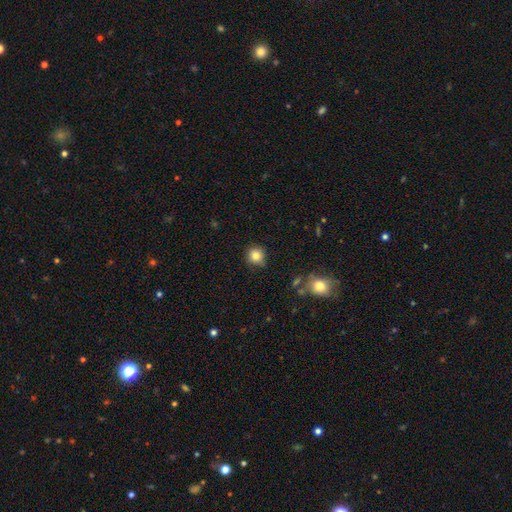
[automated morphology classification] smooth 84%, star or artifact 11%, featured or disk 6%. Down the decision tree: how rounded — round (92%); merging — none (84%).